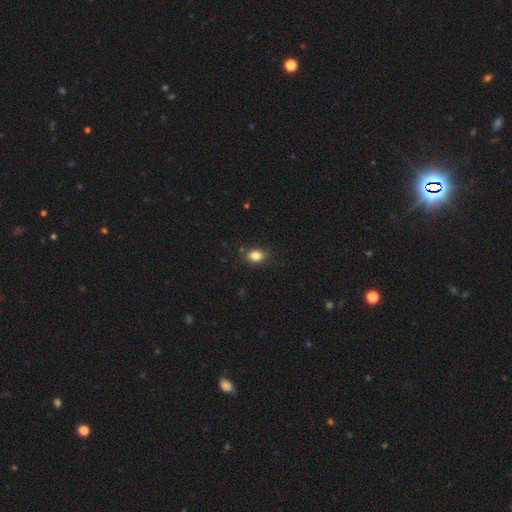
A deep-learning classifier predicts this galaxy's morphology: smooth 85%, star or artifact 10%, featured or disk 5%. Down the decision tree: how rounded — in between (70%); merging — none (85%).